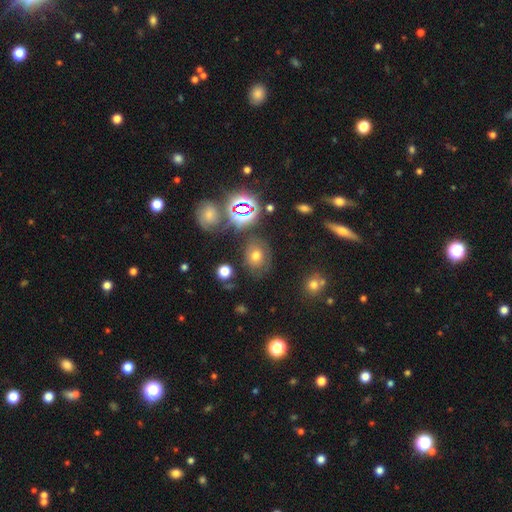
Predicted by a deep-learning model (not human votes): smooth 53%, star or artifact 25%, featured or disk 22%. Down the decision tree: how rounded — round (51%); merging — none (68%).